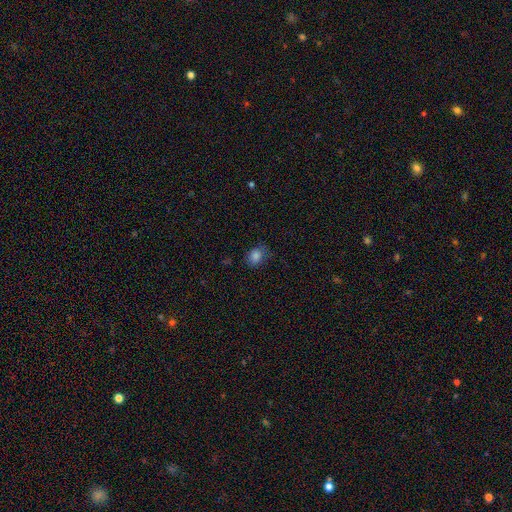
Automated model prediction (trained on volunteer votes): This is clearly a smooth galaxy (82%). How rounded: possibly in between (55%). Merging: likely none (70%).